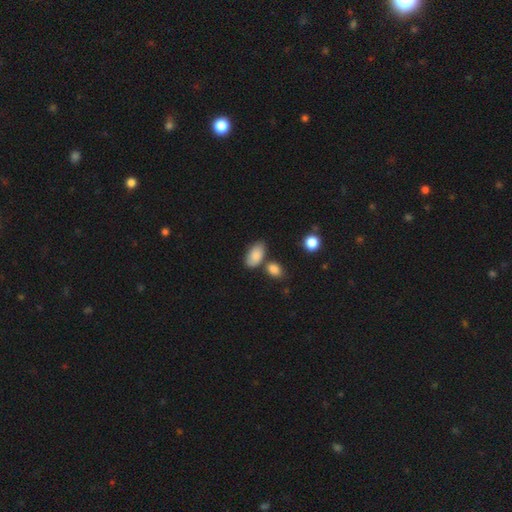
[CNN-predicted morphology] smooth 85%, featured or disk 8%, star or artifact 7%. Down the decision tree: how rounded — in between (93%); merging — none (65%).